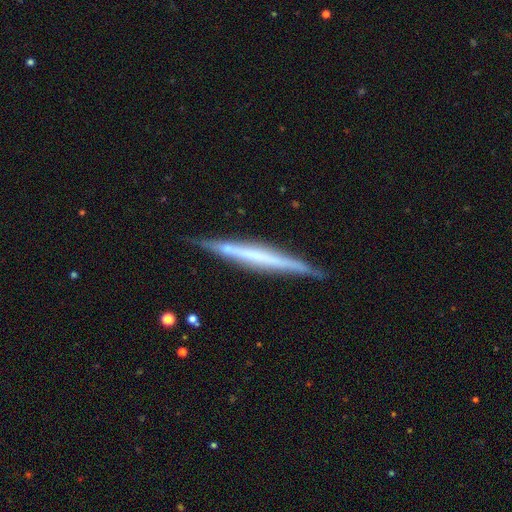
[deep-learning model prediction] Overall: featured or disk (65%; smooth 29%). Edge-on disk: yes (97%). Edge-on bulge: none (73%). Merging: none (87%).